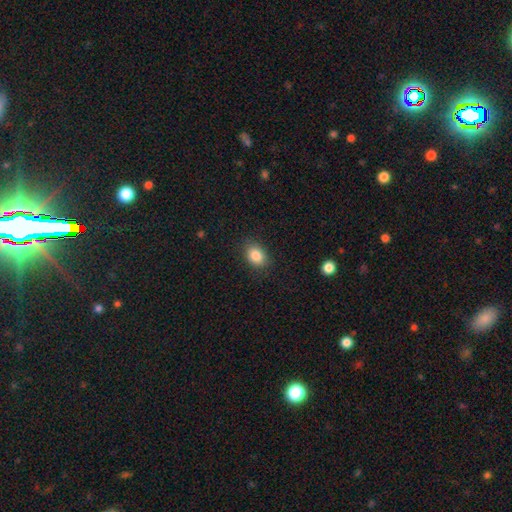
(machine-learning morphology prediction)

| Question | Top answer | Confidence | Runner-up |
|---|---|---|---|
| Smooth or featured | smooth | 85% | star or artifact (9%) |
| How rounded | in between | 68% | round (31%) |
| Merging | none | 87% | minor disturbance (10%) |